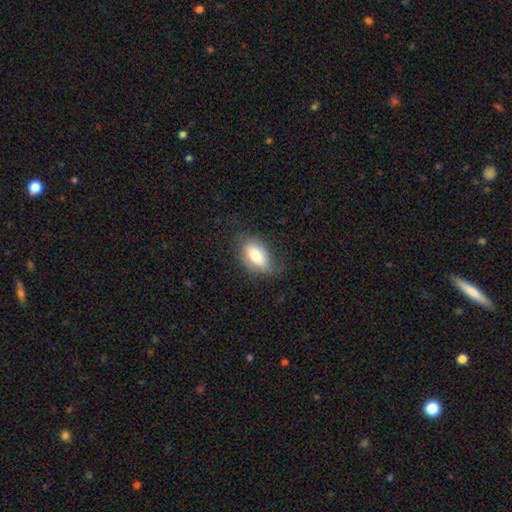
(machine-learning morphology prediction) Smooth or featured? smooth (73%)
How rounded? in between (91%)
Merging? none (60%)